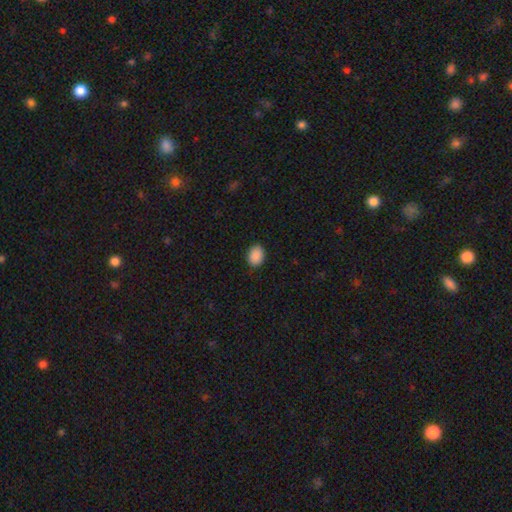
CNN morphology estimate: smooth 90%, star or artifact 8%, featured or disk 2%. Down the decision tree: how rounded — in between (65%); merging — none (87%).